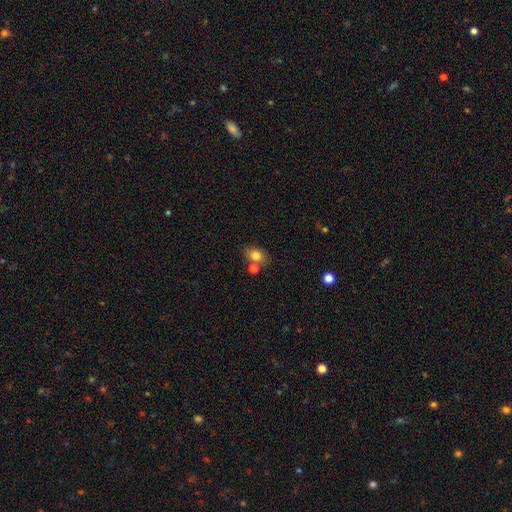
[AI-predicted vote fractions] A smooth galaxy with no disk features (78%) that is in between round and cigar-shaped (63%). Merging: none (65%).